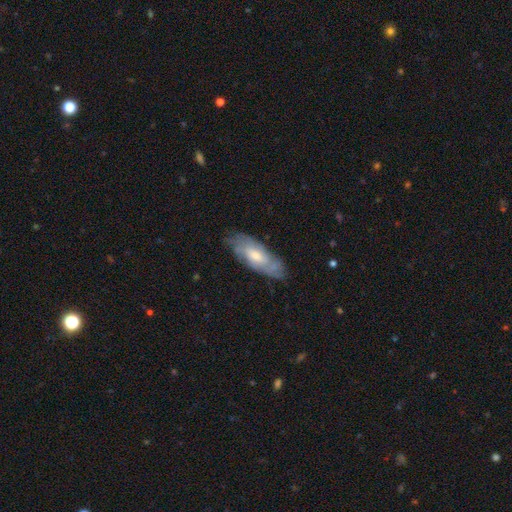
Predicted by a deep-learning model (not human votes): Smooth or featured?
  - featured or disk: 55% *
  - smooth: 39%
  - star or artifact: 6%
Edge-on disk?
  - no: 79% *
  - yes: 21%
Merging?
  - none: 73% *
  - minor disturbance: 20%
  - major disturbance: 5%
  - merger: 1%